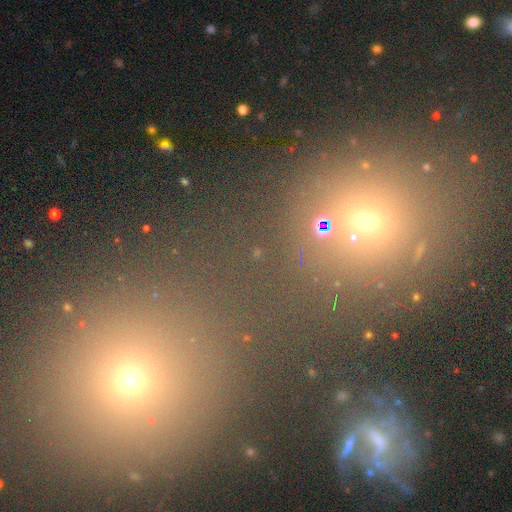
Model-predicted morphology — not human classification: Q: Smooth or featured?
A: smooth (49%); runner-up: star or artifact (39%)
Q: Merging?
A: none (57%); runner-up: merger (27%)